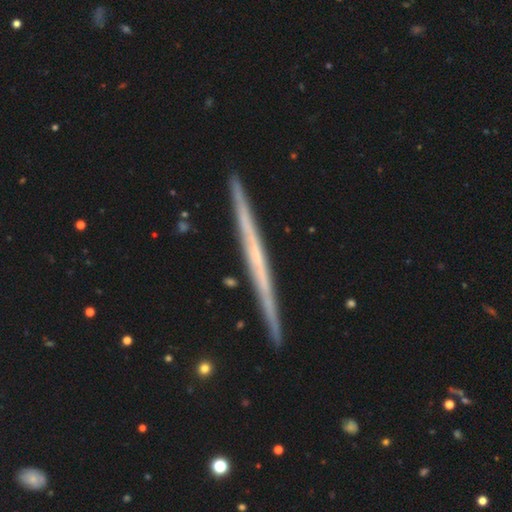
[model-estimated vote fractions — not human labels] smooth-or-featured: featured or disk: 70% | smooth: 24% | star or artifact: 6%
  disk-edge-on: yes: 98% | no: 2%
    edge-on-bulge: none: 89% | rounded: 8% | boxy: 3%
  merging: none: 91% | minor disturbance: 6% | merger: 1% | major disturbance: 1%